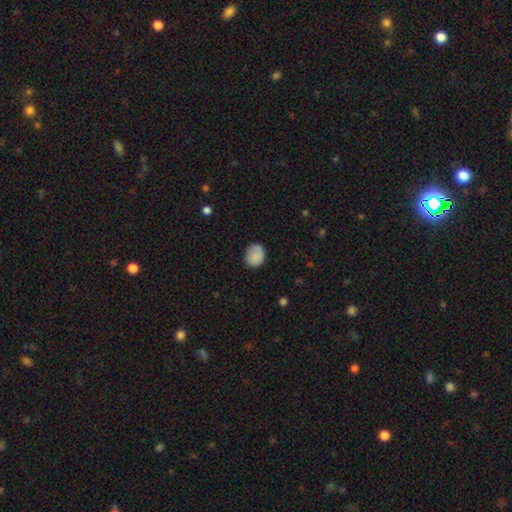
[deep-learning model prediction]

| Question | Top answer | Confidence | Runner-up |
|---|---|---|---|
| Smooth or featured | smooth | 86% | star or artifact (8%) |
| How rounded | round | 55% | in between (44%) |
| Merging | none | 77% | minor disturbance (18%) |